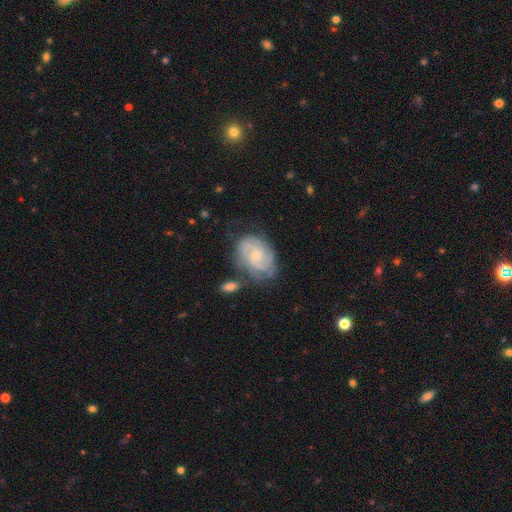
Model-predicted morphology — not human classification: smooth_or_featured: featured or disk (p=0.81) [alt: smooth p=0.13]
disk_edge_on: no (p=0.97) [alt: yes p=0.03]
bar: no (p=0.70) [alt: weak p=0.26]
has_spiral_arms: yes (p=0.95) [alt: no p=0.05]
spiral_winding: tight (p=0.64) [alt: medium p=0.29]
spiral_arm_count: 2 (p=0.29) [alt: can't tell p=0.28]
bulge_size: small (p=0.68) [alt: moderate p=0.28]
merging: none (p=0.64) [alt: minor disturbance p=0.21]